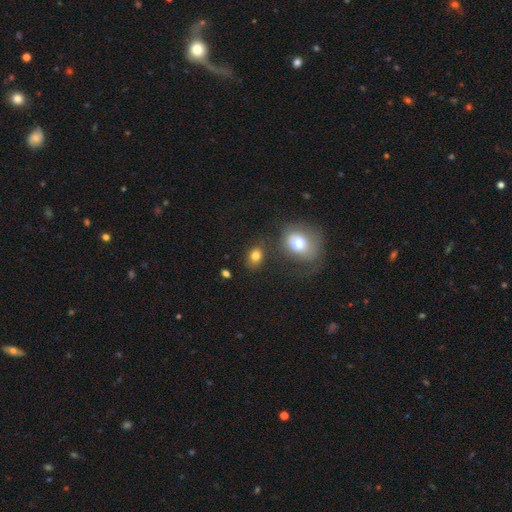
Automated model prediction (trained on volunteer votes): smooth 76%, star or artifact 14%, featured or disk 10%. Down the decision tree: how rounded — in between (56%); merging — none (75%).